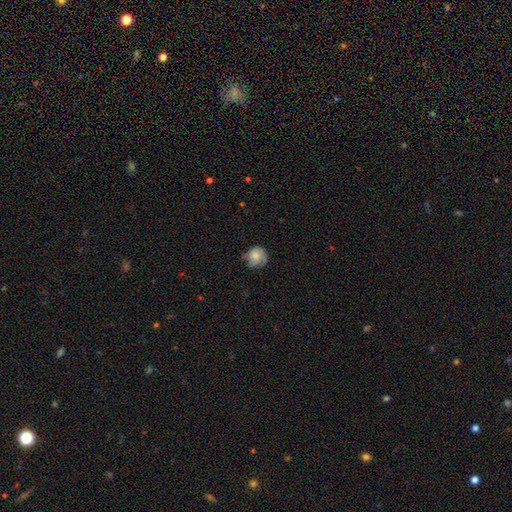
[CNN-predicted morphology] This appears to be a smooth galaxy with no disk features (70%) that is round (84%). Merging: none (59%).